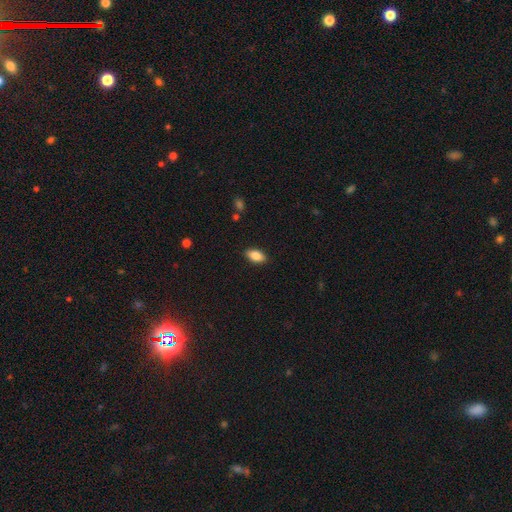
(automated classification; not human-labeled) The model was most divided on "smooth or featured": smooth: 85%, featured or disk: 7%, star or artifact: 7%. More confident: how rounded — in between (91%); merging — none (88%).